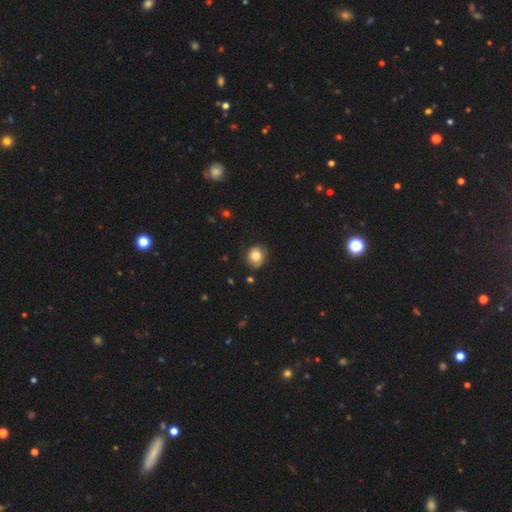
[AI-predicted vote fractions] smooth-or-featured: smooth: 81% | featured or disk: 10% | star or artifact: 9%
  how-rounded: round: 72% | in between: 27% | cigar-shaped: 1%
  merging: none: 80% | minor disturbance: 15% | major disturbance: 3% | merger: 2%